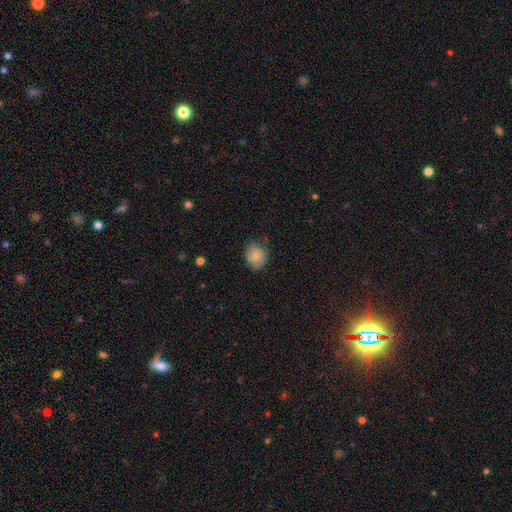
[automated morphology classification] The model was most divided on "how rounded": round: 72%, in between: 27%, cigar-shaped: 1%. More confident: smooth or featured — smooth (79%); merging — none (69%).